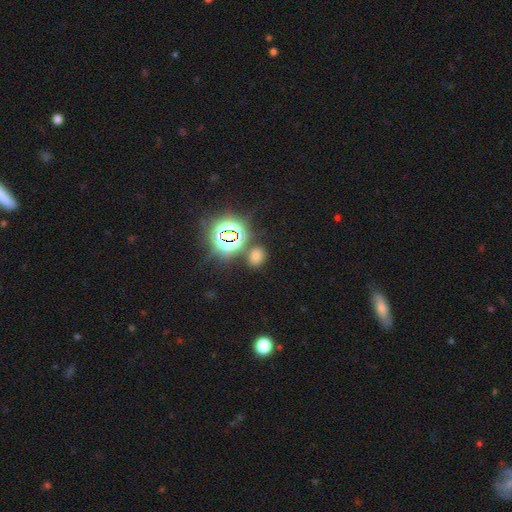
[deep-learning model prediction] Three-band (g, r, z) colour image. It shows a smooth galaxy with no disk features (57%) that is in between round and cigar-shaped (63%). Merging: none (76%).